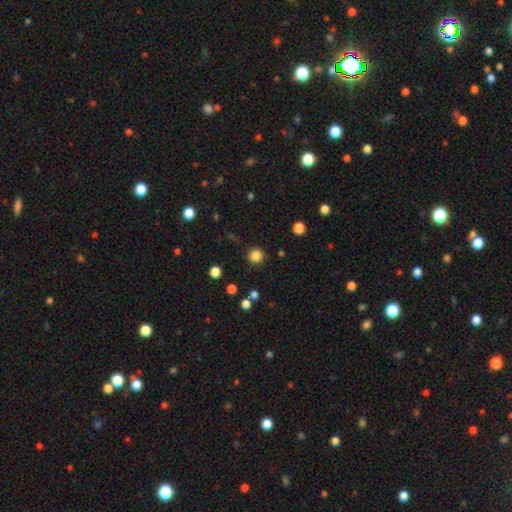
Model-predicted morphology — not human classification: type=smooth (83%); roundness=round (94%); merging=none (89%).